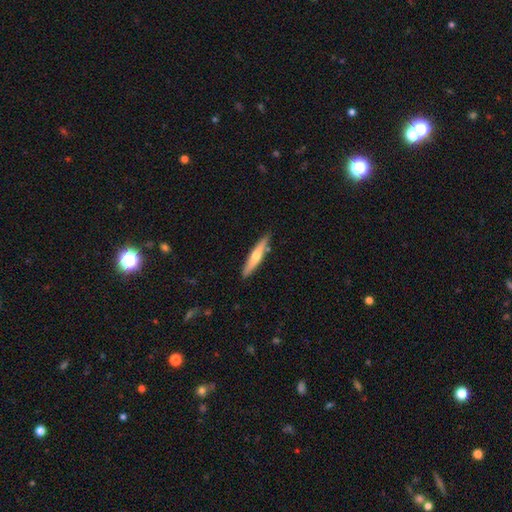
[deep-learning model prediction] Morphology: type=smooth (49%); merging=none (86%).